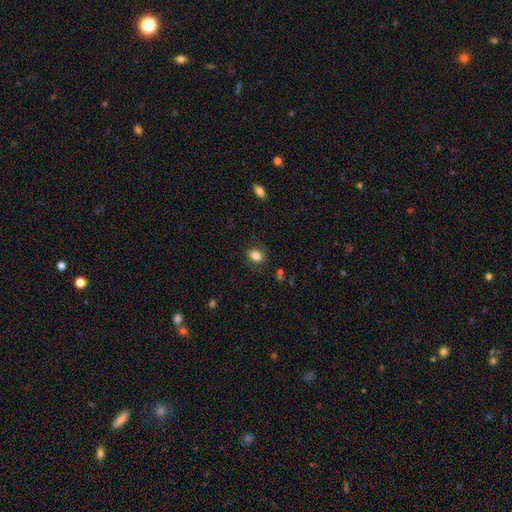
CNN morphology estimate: A smooth galaxy with no disk features (83%) that is in between round and cigar-shaped (57%). Merging: none (83%).